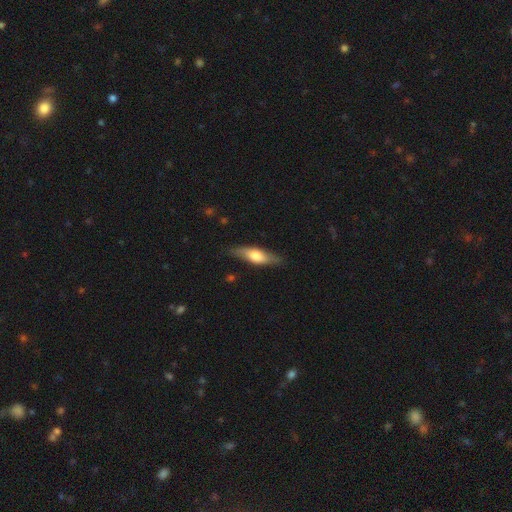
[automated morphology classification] This is possibly a smooth galaxy (53%). How rounded: possibly cigar-shaped (52%). Merging: clearly none (82%).